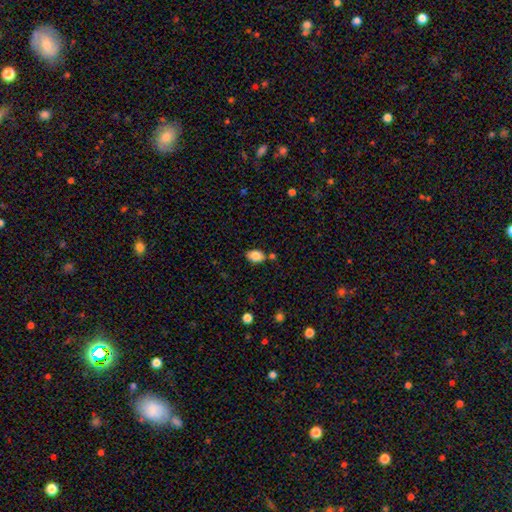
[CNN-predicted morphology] Smooth or featured? Predicted: smooth (p=0.86). How rounded? Predicted: in between (p=0.82). Merging? Predicted: none (p=0.75).